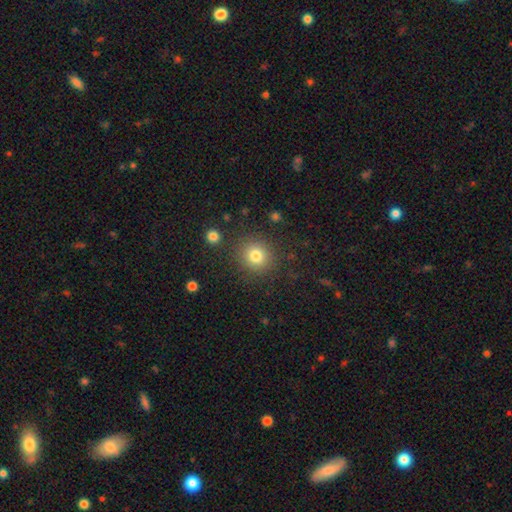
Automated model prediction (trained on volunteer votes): This appears to be a smooth galaxy with no disk features (81%) that is round (90%). Merging: none (87%).